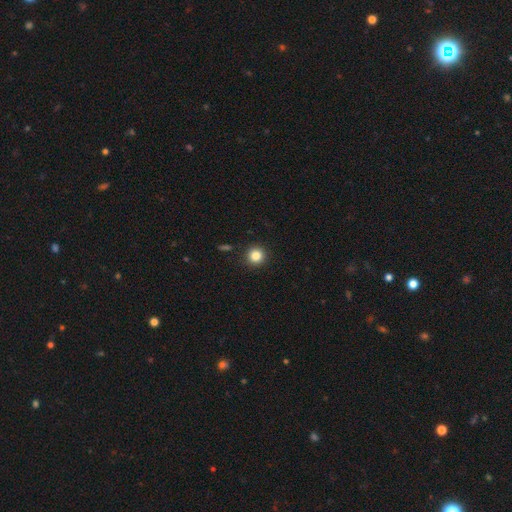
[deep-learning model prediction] smooth_or_featured: smooth (p=0.84) [alt: star or artifact p=0.11]
how_rounded: round (p=0.95) [alt: in between p=0.04]
merging: none (p=0.92) [alt: minor disturbance p=0.05]